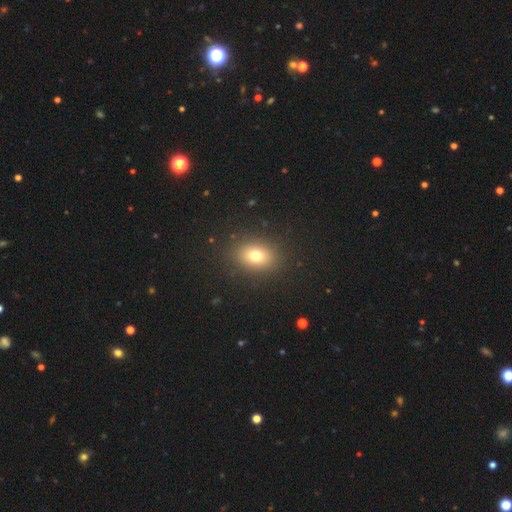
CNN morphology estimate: Smooth or featured: smooth — 75% (star or artifact — 14%)
How rounded: in between — 62% (round — 37%)
Merging: none — 88% (minor disturbance — 8%)